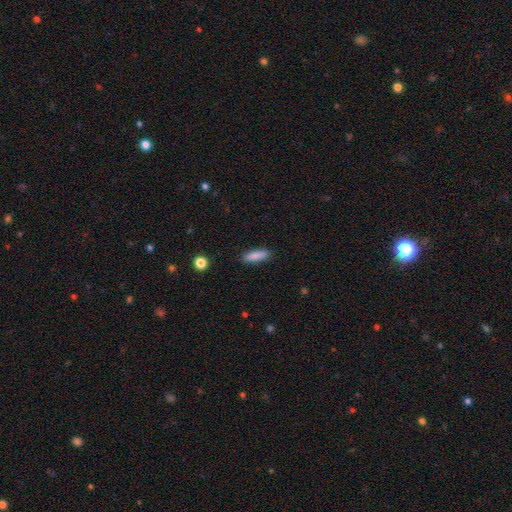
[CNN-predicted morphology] Smooth or featured?
  - smooth: 87% *
  - star or artifact: 7%
  - featured or disk: 6%
How rounded?
  - cigar-shaped: 59% *
  - in between: 39%
  - round: 2%
Merging?
  - none: 89% *
  - minor disturbance: 8%
  - major disturbance: 2%
  - merger: 1%